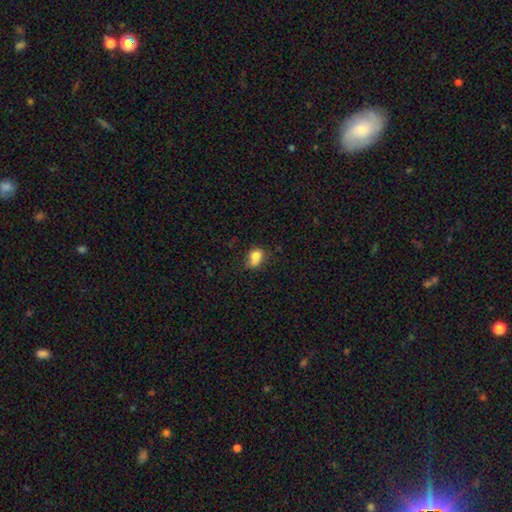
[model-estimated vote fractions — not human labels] smooth 76%, featured or disk 13%, star or artifact 11%. Down the decision tree: how rounded — in between (58%); merging — none (41%).